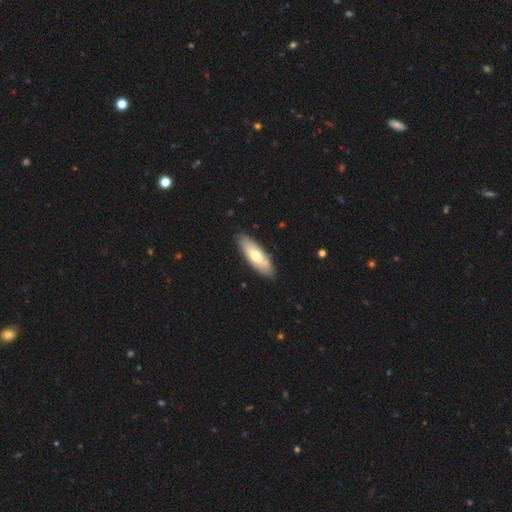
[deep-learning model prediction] Morphology: type=smooth (61%); roundness=in between (60%); merging=none (87%).